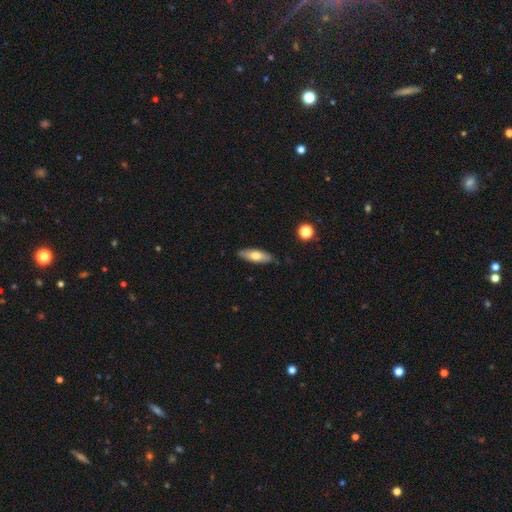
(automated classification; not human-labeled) Overall: smooth (67%). How rounded: in between (60%; cigar-shaped 37%). Merging: none (85%).